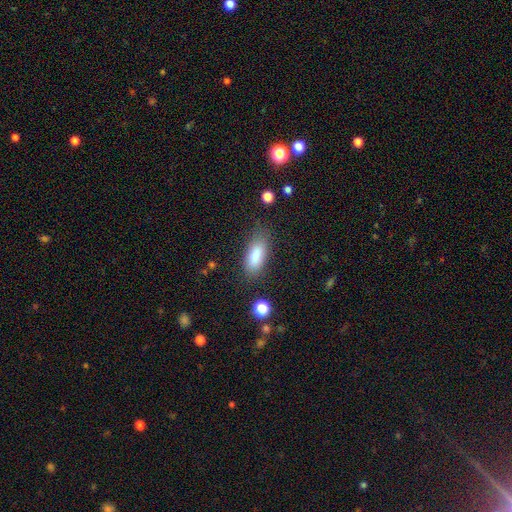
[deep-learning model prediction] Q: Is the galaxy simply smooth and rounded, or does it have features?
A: smooth — 84%.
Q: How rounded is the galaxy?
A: in between — 77%.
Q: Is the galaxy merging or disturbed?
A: none — 77%.